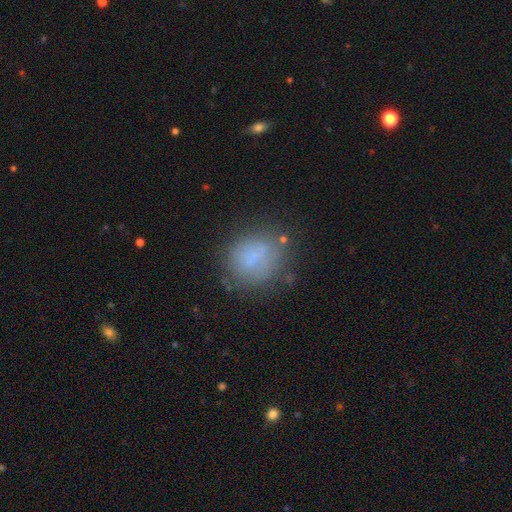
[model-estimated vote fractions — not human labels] A smooth galaxy with no disk features (72%) that is round (64%).

Vote fractions:
- Smooth or featured? smooth: 72% / featured or disk: 17% / star or artifact: 12%
- How rounded? round: 64% / in between: 35% / cigar-shaped: 1%
- Merging? none: 69% / minor disturbance: 19% / major disturbance: 8% / merger: 4%